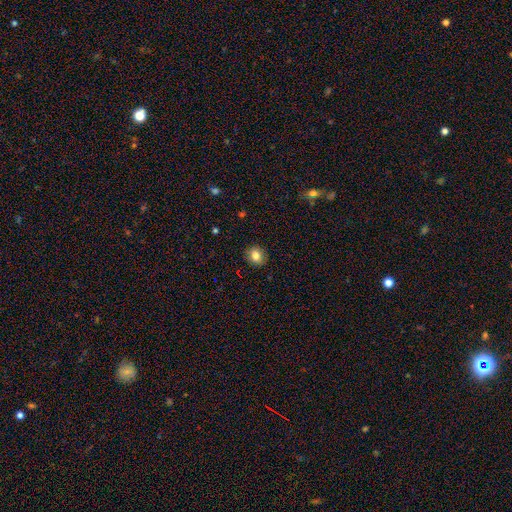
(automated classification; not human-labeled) Smooth or featured?
  - smooth: 82% *
  - star or artifact: 10%
  - featured or disk: 8%
How rounded?
  - round: 69% *
  - in between: 30%
  - cigar-shaped: 1%
Merging?
  - none: 89% *
  - minor disturbance: 8%
  - major disturbance: 2%
  - merger: 1%